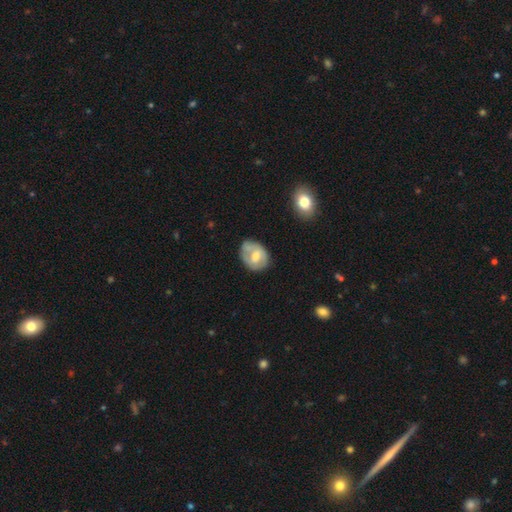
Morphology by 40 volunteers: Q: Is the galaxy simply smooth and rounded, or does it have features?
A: smooth — 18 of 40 (45%, tied with featured or disk).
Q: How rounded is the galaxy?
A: in between — 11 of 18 (61%).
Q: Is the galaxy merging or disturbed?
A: none — 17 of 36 (47%).